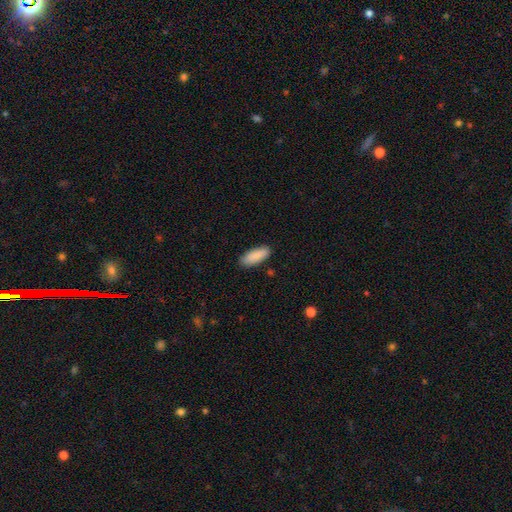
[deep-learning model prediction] This is clearly a smooth galaxy (89%). How rounded: likely in between (73%). Merging: clearly none (87%).